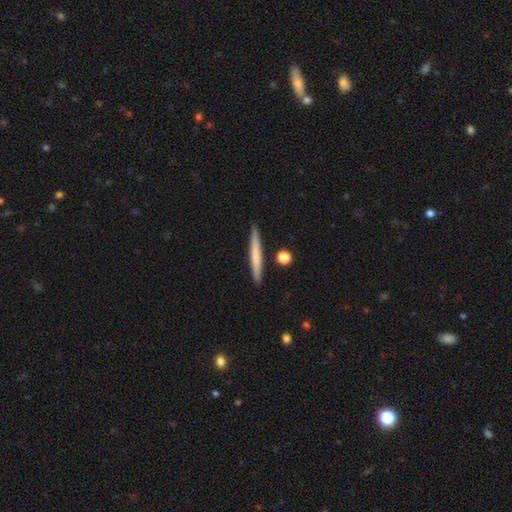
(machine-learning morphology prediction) Overall: smooth (62%; featured or disk 33%). How rounded: cigar-shaped (96%). Merging: none (90%).